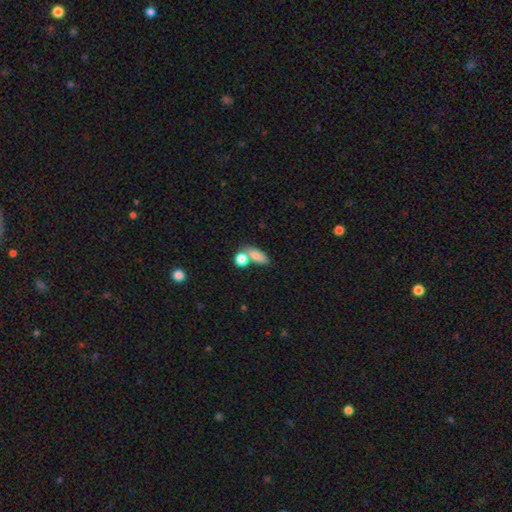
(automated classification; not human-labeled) A smooth galaxy with no disk features (81%) that is in between round and cigar-shaped (72%).

Vote fractions:
- Smooth or featured? smooth: 81% / featured or disk: 10% / star or artifact: 9%
- How rounded? in between: 72% / round: 17% / cigar-shaped: 11%
- Merging? none: 50% / merger: 32% / minor disturbance: 12% / major disturbance: 5%